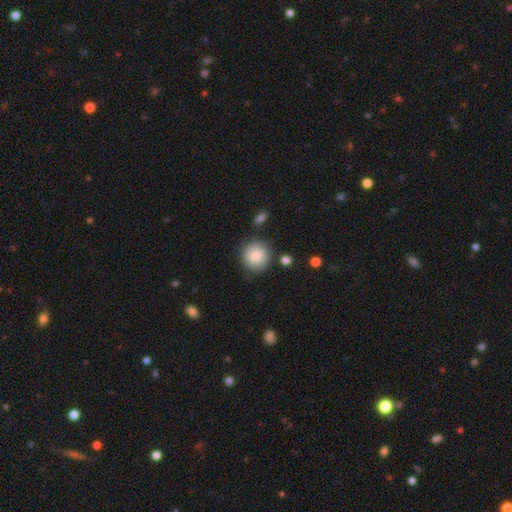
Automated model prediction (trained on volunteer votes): This is clearly a smooth galaxy (84%). How rounded: clearly round (92%). Merging: clearly none (81%).